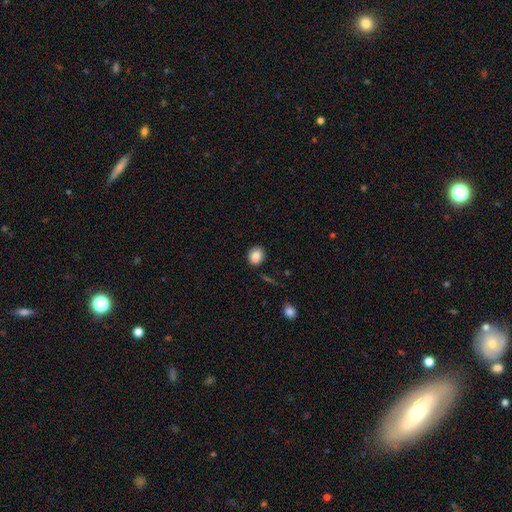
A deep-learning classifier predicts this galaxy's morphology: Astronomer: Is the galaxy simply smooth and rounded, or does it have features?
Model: smooth — 84%.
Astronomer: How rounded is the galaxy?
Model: round — 61% (runner-up: in between, 38%).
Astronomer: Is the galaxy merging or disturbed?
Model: none — 84%.